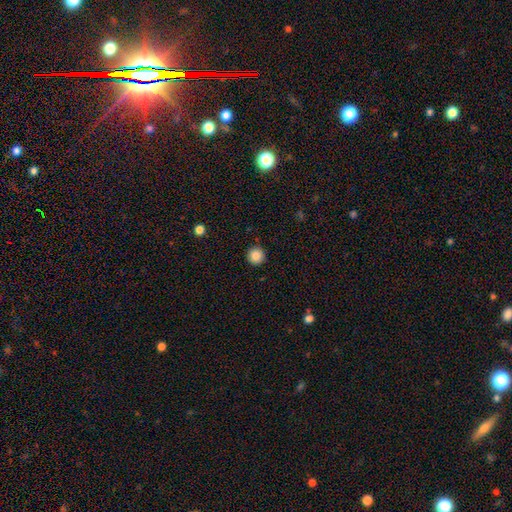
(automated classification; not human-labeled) Smooth or featured? Predicted: smooth (p=0.87). How rounded? Predicted: round (p=0.96). Merging? Predicted: none (p=0.92).